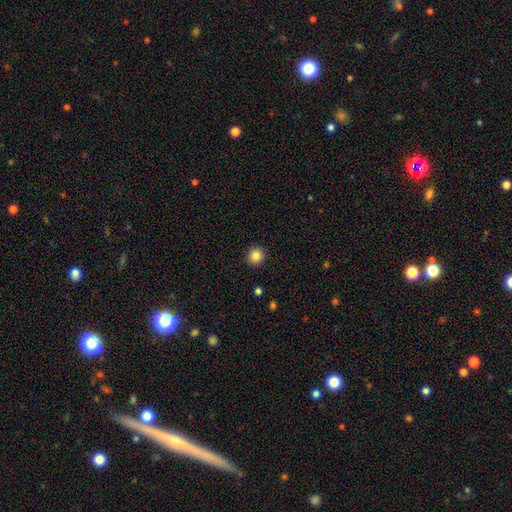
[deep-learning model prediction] smooth-or-featured: smooth: 85% | star or artifact: 10% | featured or disk: 5%
  how-rounded: round: 91% | in between: 8% | cigar-shaped: 1%
  merging: none: 92% | minor disturbance: 5% | major disturbance: 2% | merger: 1%